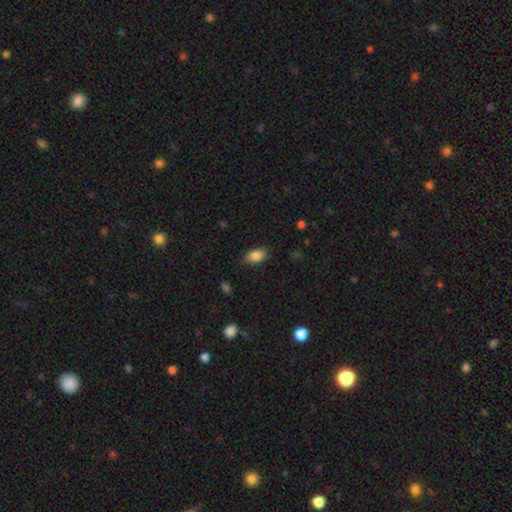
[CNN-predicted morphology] A smooth galaxy with no disk features (86%) that is in between round and cigar-shaped (90%).

Vote fractions:
- Smooth or featured? smooth: 86% / star or artifact: 8% / featured or disk: 6%
- How rounded? in between: 90% / round: 6% / cigar-shaped: 3%
- Merging? none: 78% / minor disturbance: 17% / major disturbance: 4% / merger: 1%